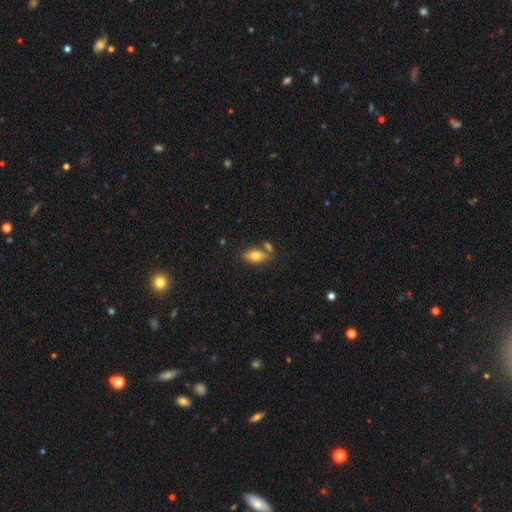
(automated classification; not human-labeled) Overall: smooth (74%). How rounded: in between (85%). Merging: none (64%).